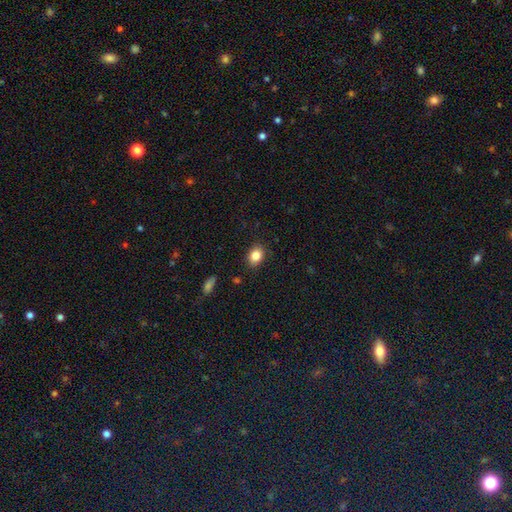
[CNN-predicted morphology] smooth_or_featured: smooth (p=0.84) [alt: star or artifact p=0.09]
how_rounded: in between (p=0.63) [alt: round p=0.36]
merging: none (p=0.87) [alt: minor disturbance p=0.10]